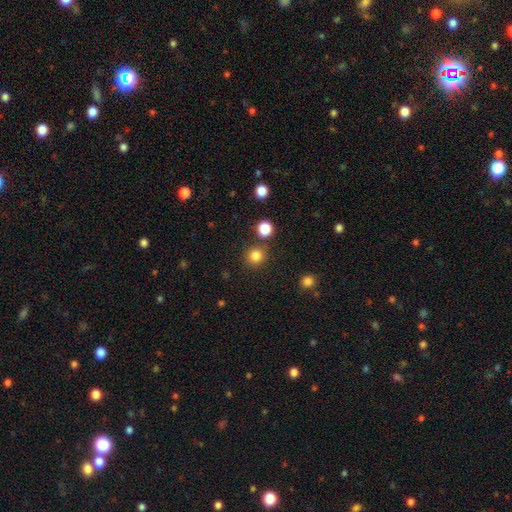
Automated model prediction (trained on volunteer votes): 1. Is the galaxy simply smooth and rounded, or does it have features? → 83% smooth, 13% star or artifact, 4% featured or disk.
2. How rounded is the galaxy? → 92% round, 7% in between, 1% cigar-shaped.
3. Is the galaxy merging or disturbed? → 83% none, 7% merger, 7% minor disturbance, 3% major disturbance.